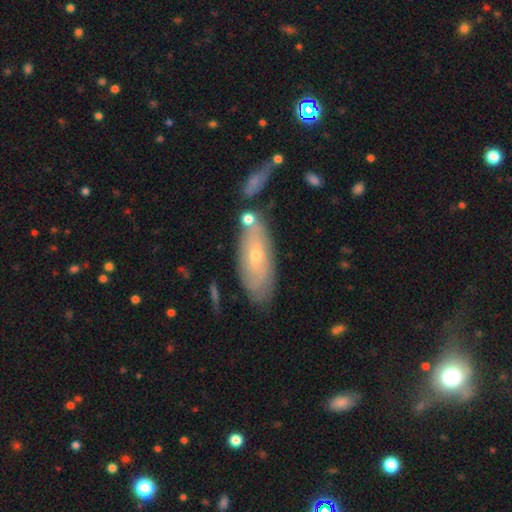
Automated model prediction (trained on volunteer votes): Q: Smooth or featured?
A: featured or disk (52%); runner-up: smooth (41%)
Q: Edge-on disk?
A: no (78%); runner-up: yes (22%)
Q: Merging?
A: none (70%); runner-up: minor disturbance (17%)